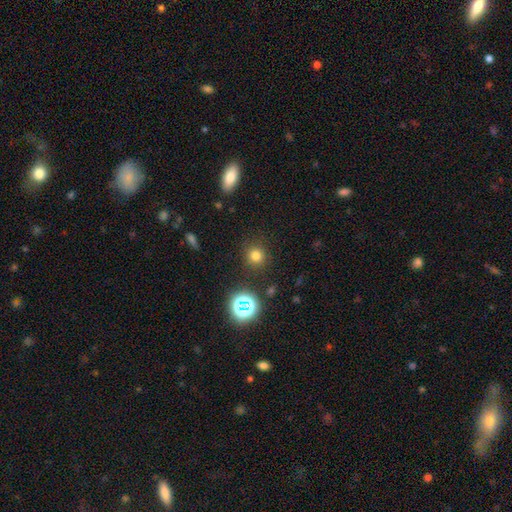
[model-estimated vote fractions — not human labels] Q: Smooth or featured?
A: smooth (75%); runner-up: star or artifact (20%)
Q: How rounded?
A: round (92%); runner-up: in between (7%)
Q: Merging?
A: none (87%); runner-up: minor disturbance (8%)